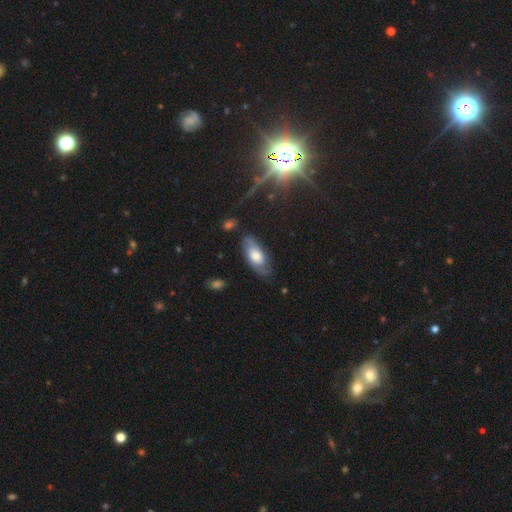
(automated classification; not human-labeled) smooth_or_featured: smooth (p=0.55) [alt: featured or disk p=0.38]
how_rounded: in between (p=0.85) [alt: cigar-shaped p=0.12]
merging: none (p=0.69) [alt: minor disturbance p=0.22]